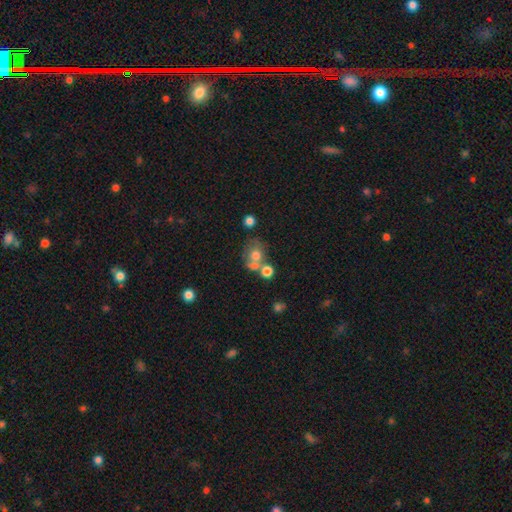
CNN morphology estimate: smooth_or_featured: smooth (p=0.64) [alt: featured or disk p=0.22]
how_rounded: round (p=0.65) [alt: in between p=0.33]
merging: merger (p=0.42) [alt: none p=0.38]